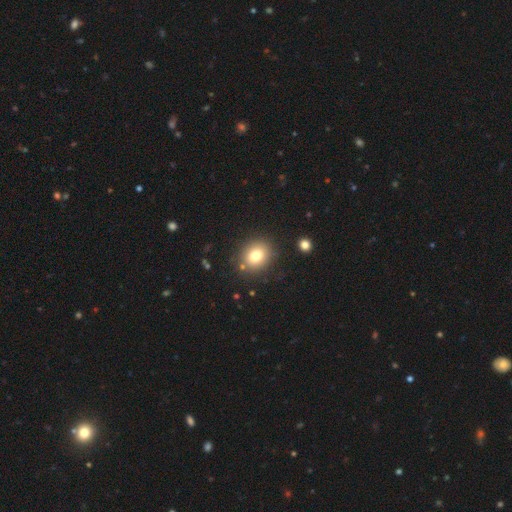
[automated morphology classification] Smooth or featured? smooth (78%)
How rounded? round (65%)
Merging? none (84%)